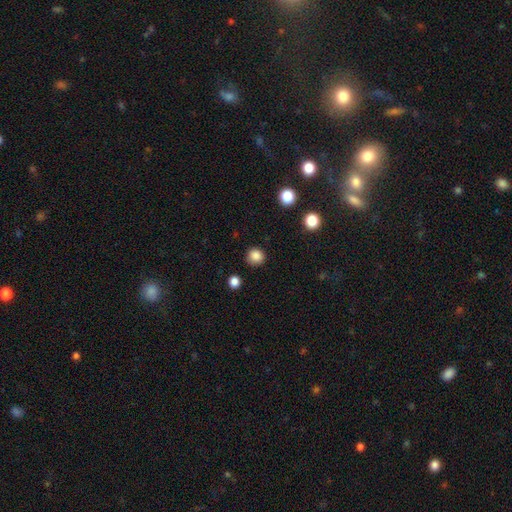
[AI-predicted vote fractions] Smooth or featured: smooth — 86% (star or artifact — 11%)
How rounded: round — 91% (in between — 8%)
Merging: none — 88% (minor disturbance — 8%)